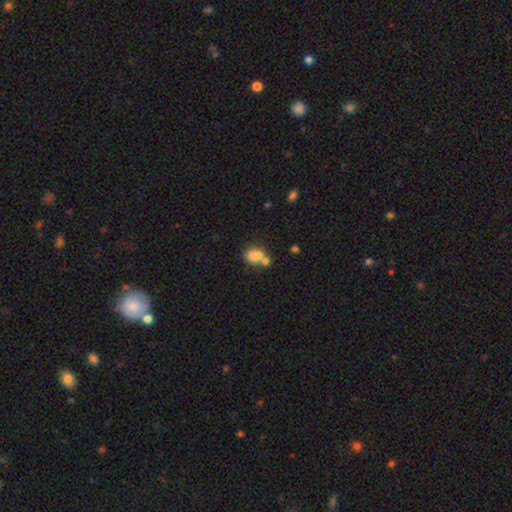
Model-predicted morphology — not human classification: smooth-or-featured: smooth: 74% | featured or disk: 15% | star or artifact: 11%
  how-rounded: in between: 55% | round: 44% | cigar-shaped: 2%
  merging: merger: 45% | none: 36% | minor disturbance: 13% | major disturbance: 6%